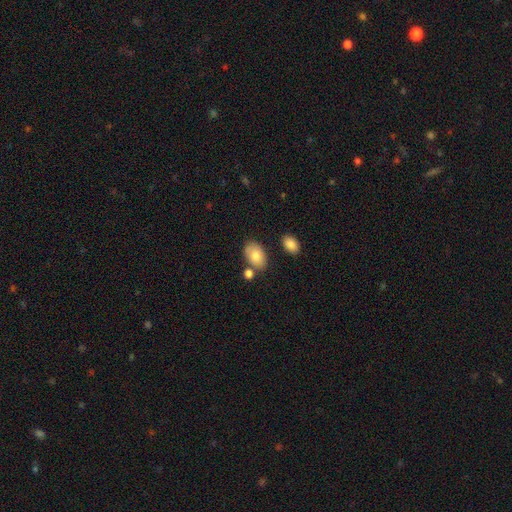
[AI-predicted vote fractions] Morphology: type=smooth (82%); roundness=in between (90%); merging=none (70%).